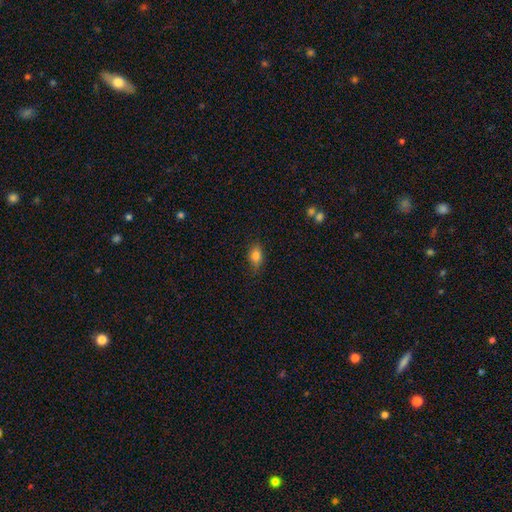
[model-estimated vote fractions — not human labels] The model was most divided on "how rounded": in between: 79%, round: 18%, cigar-shaped: 3%. More confident: smooth or featured — smooth (82%); merging — none (80%).